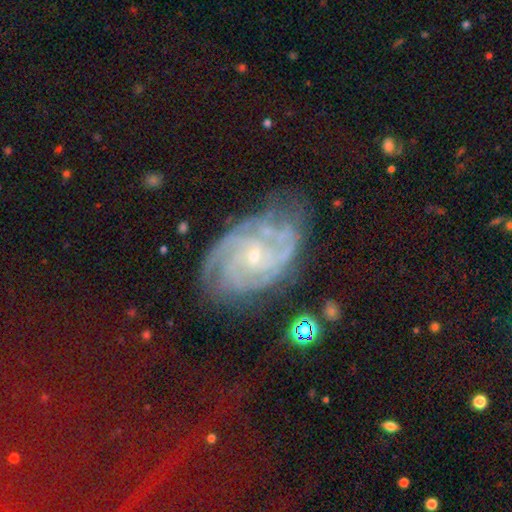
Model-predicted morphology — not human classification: Smooth or featured? Predicted: featured or disk (p=0.85). Edge-on disk? Predicted: no (p=0.97). Bar? Predicted: no (p=0.70). Spiral arms? Predicted: yes (p=0.97). Spiral winding? Predicted: tight (p=0.67). Spiral arm count? Predicted: can't tell (p=0.27). Bulge size? Predicted: small (p=0.80). Merging? Predicted: none (p=0.66).